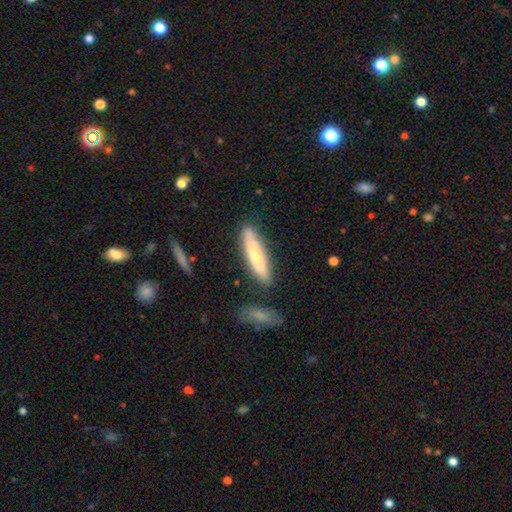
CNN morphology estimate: This is possibly a smooth galaxy (59%). How rounded: clearly cigar-shaped (82%). Merging: clearly none (80%).